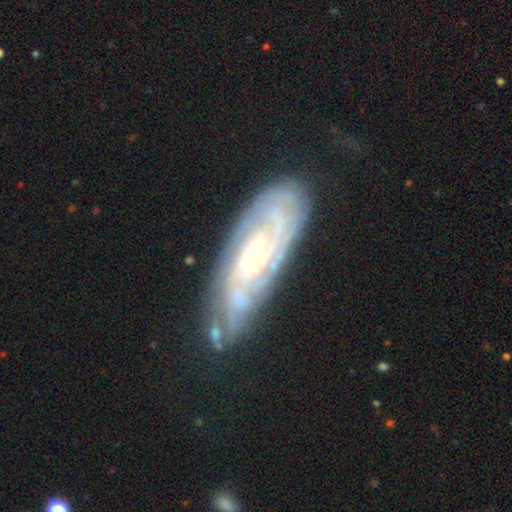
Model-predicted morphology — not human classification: Smooth or featured? featured or disk (83%)
Edge-on disk? no (89%)
Bar? no (72%)
Spiral arms? yes (94%)
Spiral winding? tight (74%)
Spiral arm count? can't tell (43%)
Bulge size? small (76%)
Merging? none (70%)